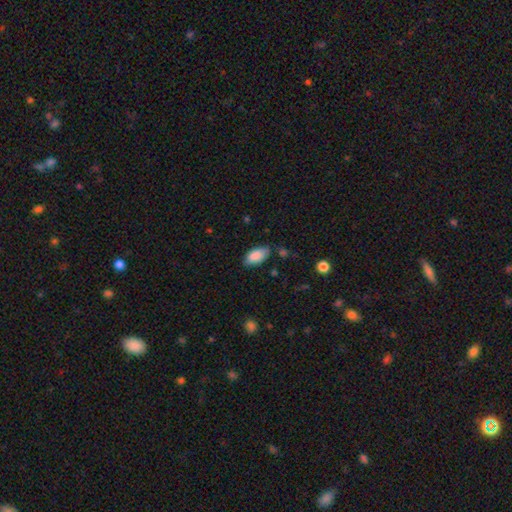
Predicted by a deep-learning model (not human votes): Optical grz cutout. It shows a smooth galaxy with no disk features (87%) that is in between round and cigar-shaped (93%). Merging: none (74%).